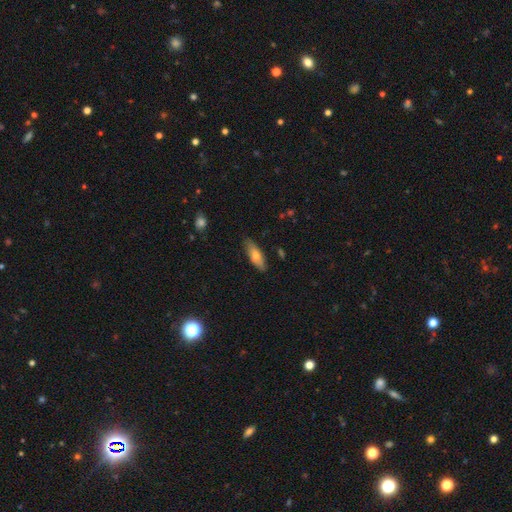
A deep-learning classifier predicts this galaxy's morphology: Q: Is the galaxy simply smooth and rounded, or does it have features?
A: smooth — 67%.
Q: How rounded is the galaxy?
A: in between — 57%.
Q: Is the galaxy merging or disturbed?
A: none — 80%.